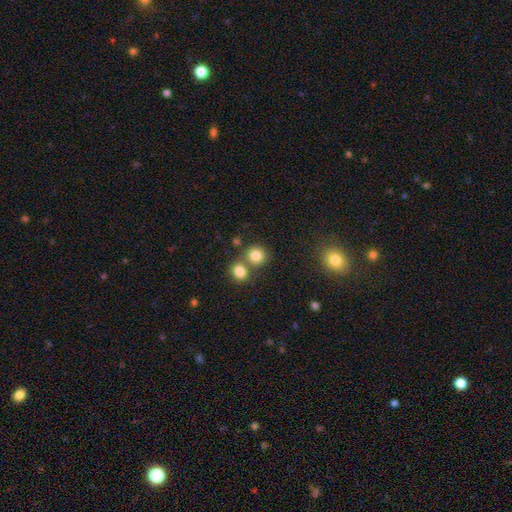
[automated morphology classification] This is clearly a smooth galaxy (81%). How rounded: clearly round (86%). Merging: likely none (60%).